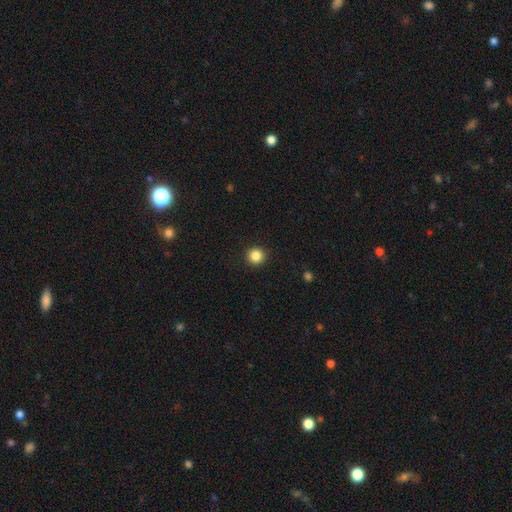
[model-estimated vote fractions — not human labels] Smooth or featured?
  - smooth: 85% *
  - star or artifact: 11%
  - featured or disk: 4%
How rounded?
  - round: 94% *
  - in between: 5%
  - cigar-shaped: 1%
Merging?
  - none: 93% *
  - minor disturbance: 5%
  - major disturbance: 2%
  - merger: 1%